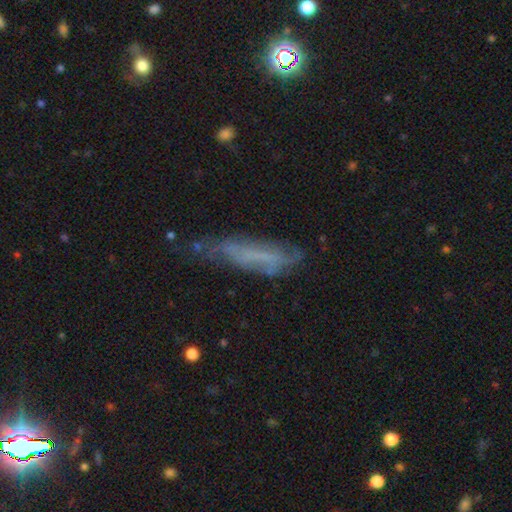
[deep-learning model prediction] smooth_or_featured: featured or disk (p=0.44) [alt: smooth p=0.43]
merging: none (p=0.46) [alt: minor disturbance p=0.32]